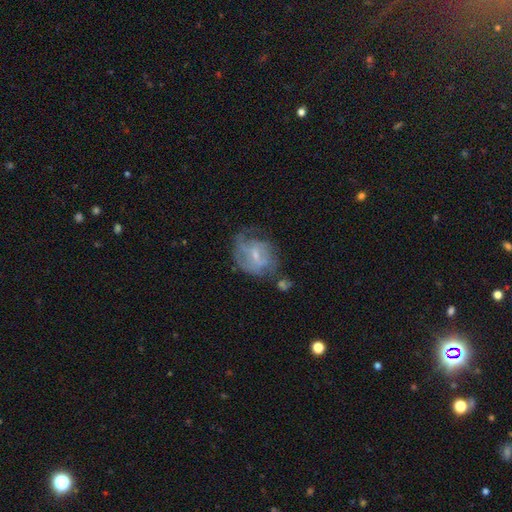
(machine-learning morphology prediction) smooth-or-featured: featured or disk: 67% | smooth: 25% | star or artifact: 8%
  disk-edge-on: no: 97% | yes: 3%
    bar: weak: 54% | no: 34% | strong: 12%
    has-spiral-arms: yes: 76% | no: 24%
    bulge-size: small: 60% | moderate: 29% | none: 8% | large: 2% | dominant: 1%
  merging: none: 41% | minor disturbance: 26% | major disturbance: 25% | merger: 7%